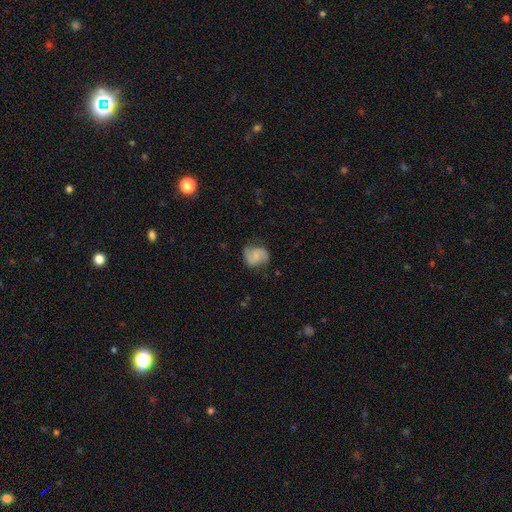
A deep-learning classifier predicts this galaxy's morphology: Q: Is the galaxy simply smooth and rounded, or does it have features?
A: featured or disk — 54%.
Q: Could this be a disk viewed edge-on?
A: no — 97%.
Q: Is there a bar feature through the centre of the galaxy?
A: no — 52%.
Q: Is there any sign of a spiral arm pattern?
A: yes — 90%.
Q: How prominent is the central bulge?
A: none — 44%.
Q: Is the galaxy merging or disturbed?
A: none — 67%.